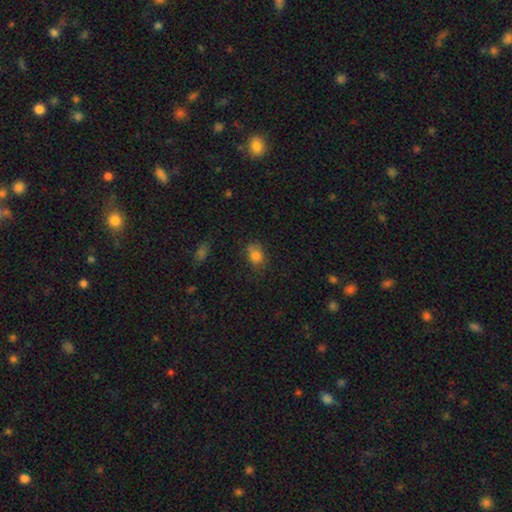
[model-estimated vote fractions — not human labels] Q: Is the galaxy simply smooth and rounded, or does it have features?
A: smooth — 80%.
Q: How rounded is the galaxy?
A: in between — 58%.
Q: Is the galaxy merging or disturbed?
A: none — 60%.